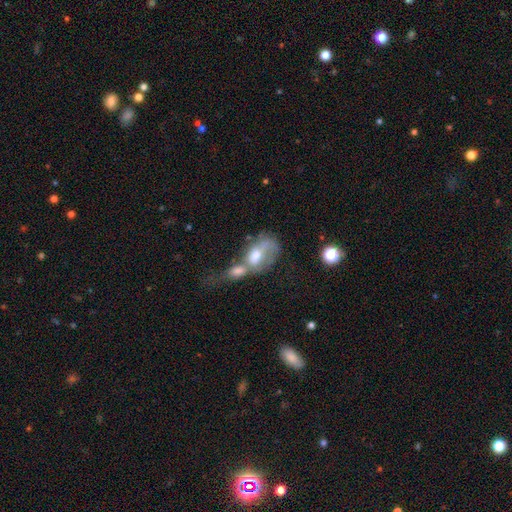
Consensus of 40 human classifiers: Morphology: type=smooth (57%); roundness=in between (78%); merging=merger (73%).